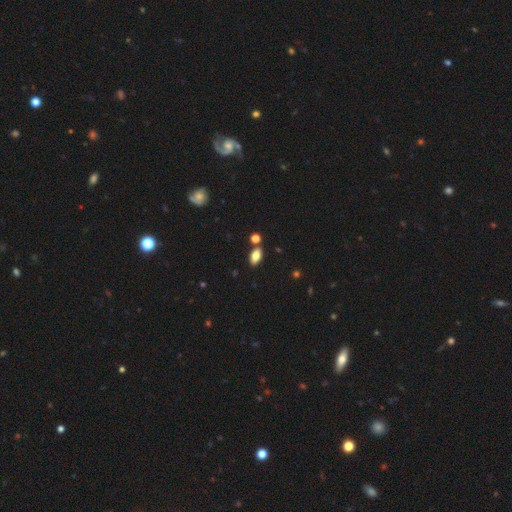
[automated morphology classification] smooth_or_featured: smooth (p=0.81) [alt: featured or disk p=0.10]
how_rounded: in between (p=0.90) [alt: round p=0.05]
merging: none (p=0.78) [alt: minor disturbance p=0.10]